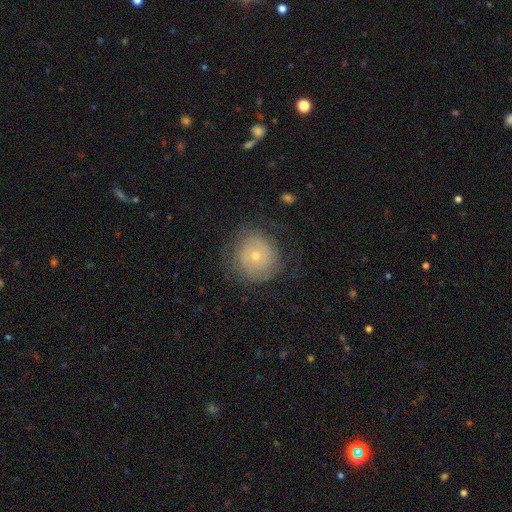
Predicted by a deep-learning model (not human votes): Morphology: type=featured or disk (52%); edge-on=no (97%); bar=no (85%); spiral arms=yes (68%); bulge=small (64%); merging=none (71%).